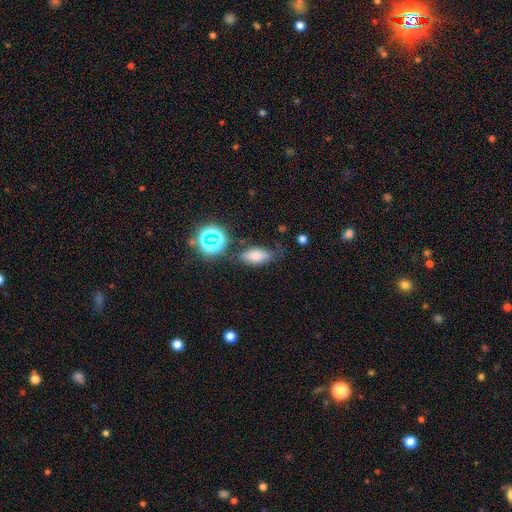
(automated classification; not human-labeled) Morphology: type=smooth (69%); roundness=in between (79%); merging=none (67%).